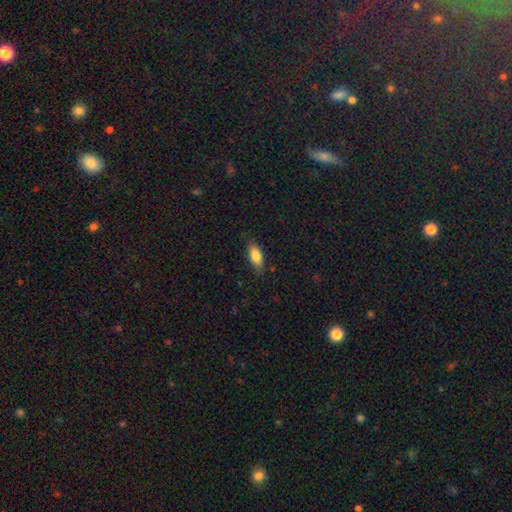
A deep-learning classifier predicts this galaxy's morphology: smooth-or-featured: smooth: 82% | featured or disk: 12% | star or artifact: 7%
  how-rounded: in between: 85% | cigar-shaped: 12% | round: 3%
  merging: none: 81% | minor disturbance: 15% | major disturbance: 3% | merger: 1%